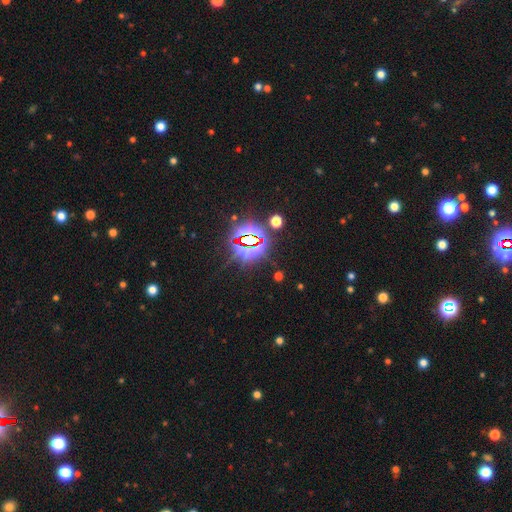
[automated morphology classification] The model was most divided on "smooth or featured": star or artifact: 83%, smooth: 10%, featured or disk: 7%.